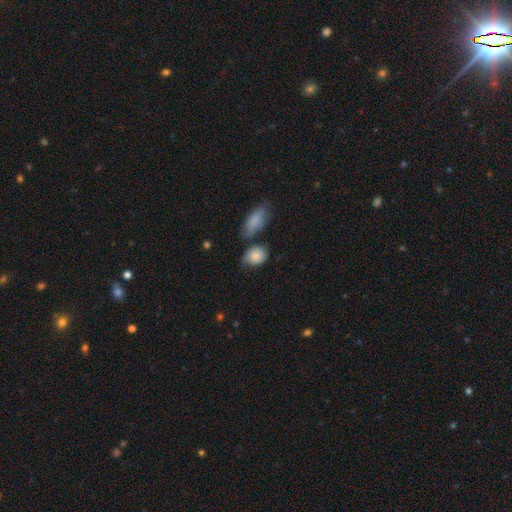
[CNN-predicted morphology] The model was most divided on "how rounded": in between: 53%, round: 45%, cigar-shaped: 2%. Remaining: smooth or featured — smooth (82%); merging — none (48%).